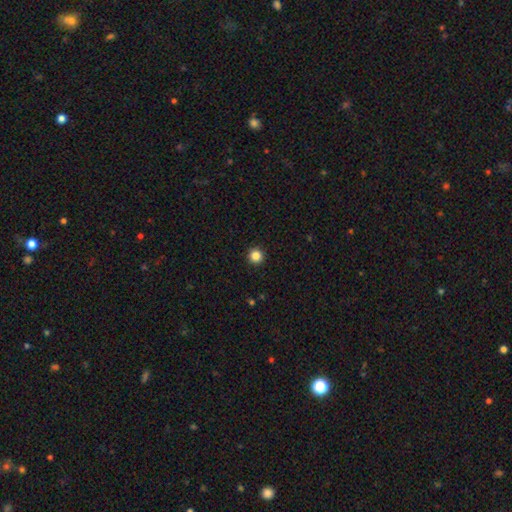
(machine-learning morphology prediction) smooth 85%, star or artifact 11%, featured or disk 4%. Down the decision tree: how rounded — round (96%); merging — none (94%).